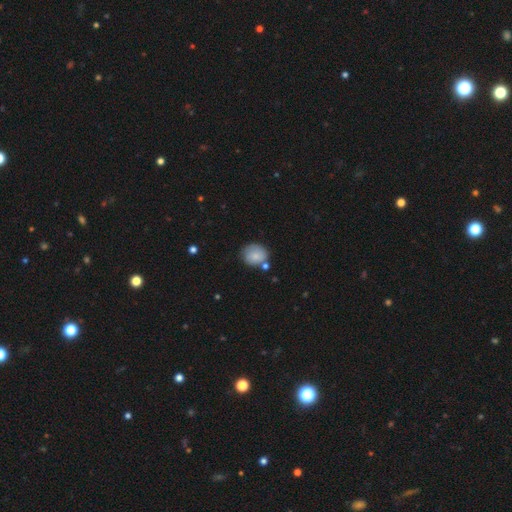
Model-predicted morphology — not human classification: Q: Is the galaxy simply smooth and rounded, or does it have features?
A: smooth — 77%.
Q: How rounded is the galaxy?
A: round — 72%.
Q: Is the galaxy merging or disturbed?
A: none — 65%.